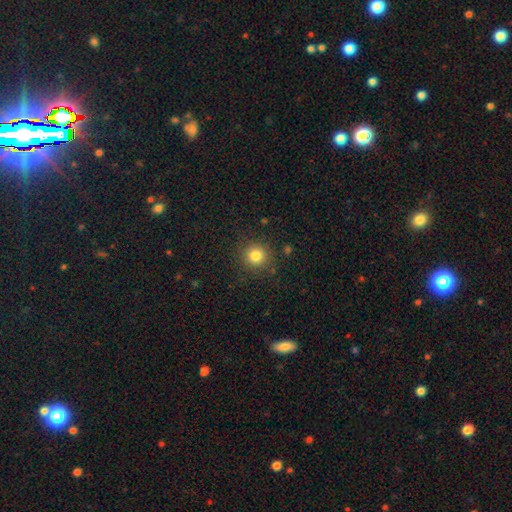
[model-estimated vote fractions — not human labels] Overall: smooth (82%). How rounded: round (93%). Merging: none (87%).